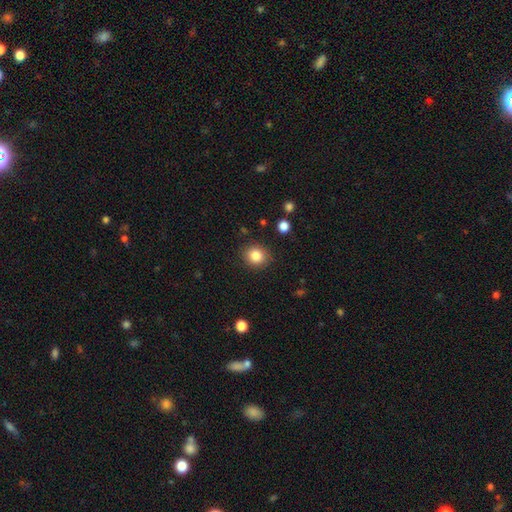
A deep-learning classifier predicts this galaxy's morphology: This appears to be a smooth galaxy with no disk features (84%) that is round (82%). Merging: none (88%).